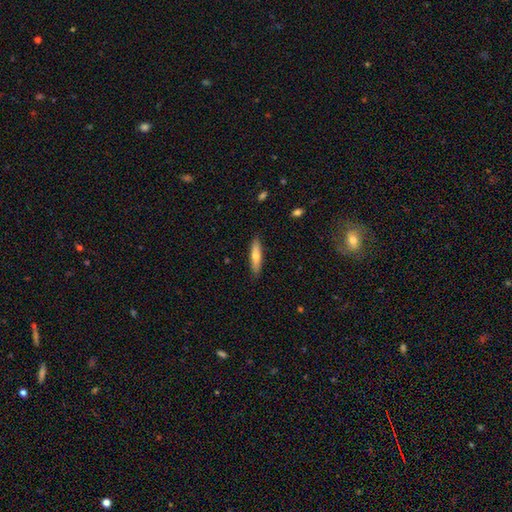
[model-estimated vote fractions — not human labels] Q: Smooth or featured?
A: smooth (64%); runner-up: featured or disk (30%)
Q: How rounded?
A: cigar-shaped (78%); runner-up: in between (21%)
Q: Merging?
A: none (87%); runner-up: minor disturbance (10%)